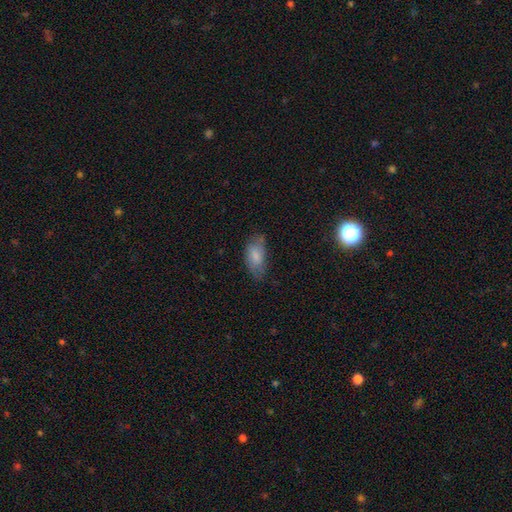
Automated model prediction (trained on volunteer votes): smooth_or_featured: smooth (p=0.74) [alt: featured or disk p=0.19]
how_rounded: in between (p=0.90) [alt: cigar-shaped p=0.06]
merging: none (p=0.58) [alt: minor disturbance p=0.30]